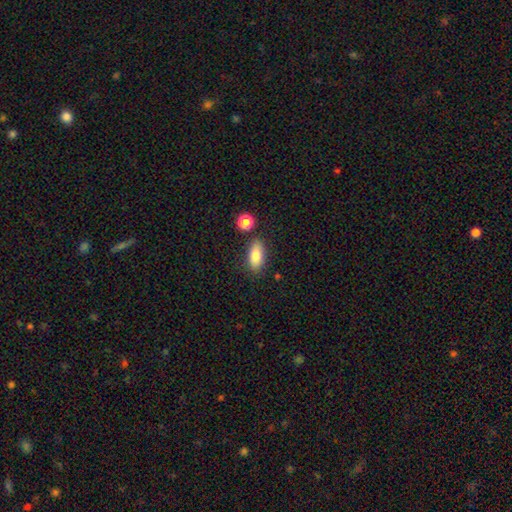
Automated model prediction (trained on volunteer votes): smooth-or-featured: smooth: 82% | featured or disk: 10% | star or artifact: 8%
  how-rounded: in between: 84% | cigar-shaped: 11% | round: 4%
  merging: none: 80% | minor disturbance: 12% | merger: 5% | major disturbance: 3%